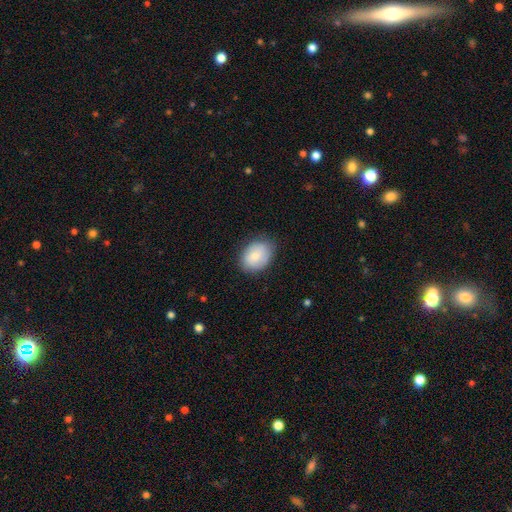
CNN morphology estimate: Smooth or featured? Predicted: smooth (p=0.76). How rounded? Predicted: in between (p=0.70). Merging? Predicted: none (p=0.78).